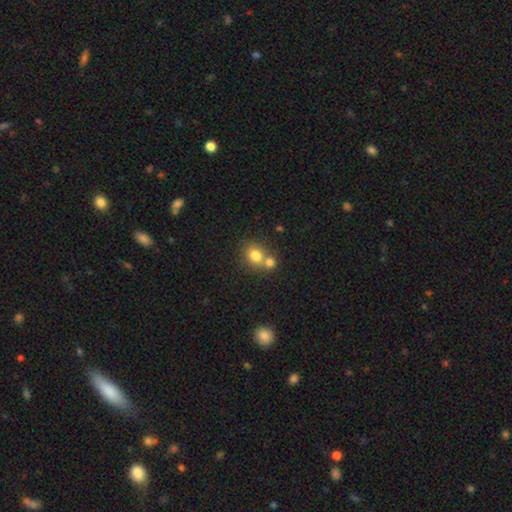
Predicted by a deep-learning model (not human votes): A smooth galaxy with no disk features (79%) that is round (69%). Merging: none (45%).